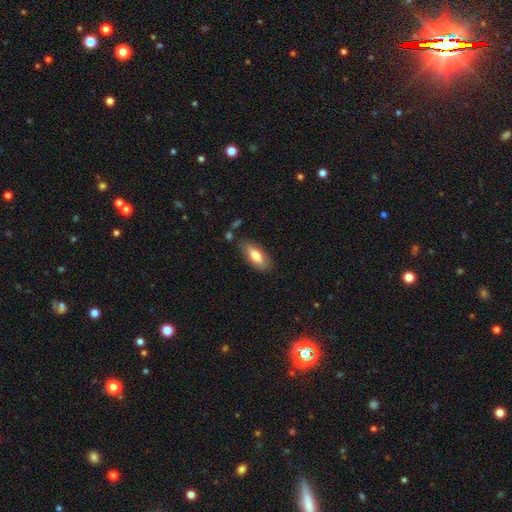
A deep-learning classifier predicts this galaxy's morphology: smooth 73%, featured or disk 21%, star or artifact 6%. Down the decision tree: how rounded — in between (76%); merging — none (78%).